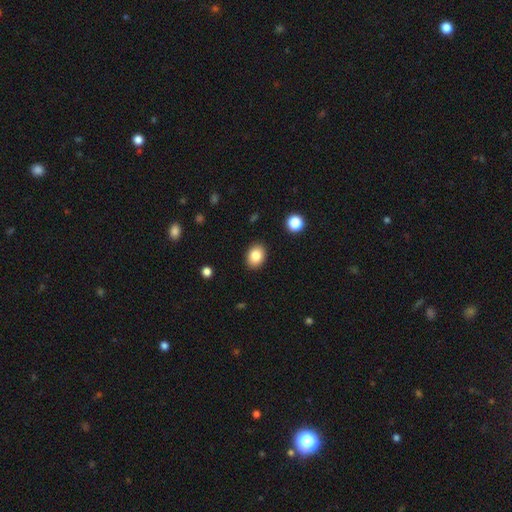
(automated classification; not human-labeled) smooth 84%, star or artifact 9%, featured or disk 7%. Down the decision tree: how rounded — in between (68%); merging — none (89%).